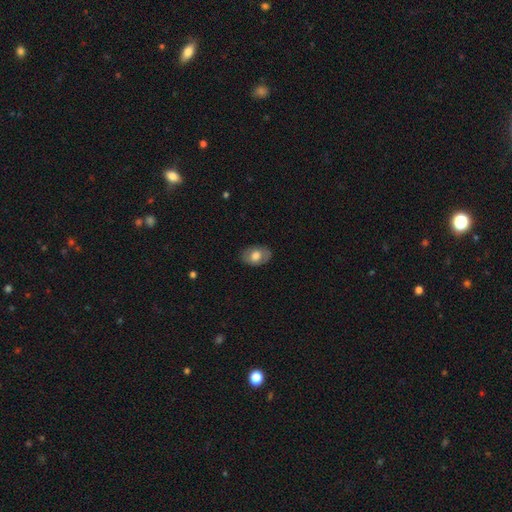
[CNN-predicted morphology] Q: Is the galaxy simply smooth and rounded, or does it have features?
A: smooth — 67%.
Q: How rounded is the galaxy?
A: in between — 84%.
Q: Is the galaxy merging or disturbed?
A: none — 81%.